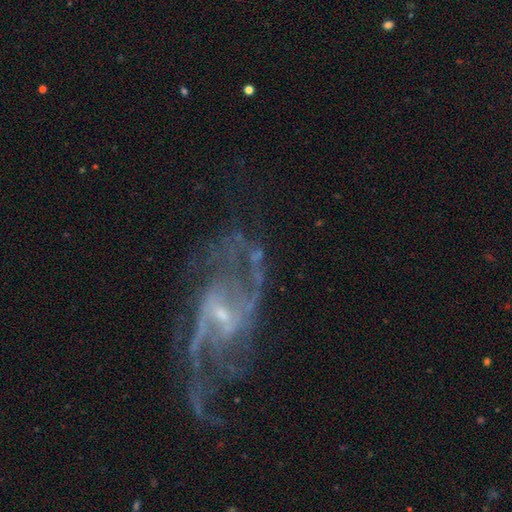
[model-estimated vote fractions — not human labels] featured or disk 78%, star or artifact 12%, smooth 10%. Down the decision tree: edge-on disk — no (95%); bar — weak (45%); spiral arms — yes (80%); spiral arm count — 2 (55%); spiral winding — loose (42%); bulge size — small (63%); merging — none (46%).